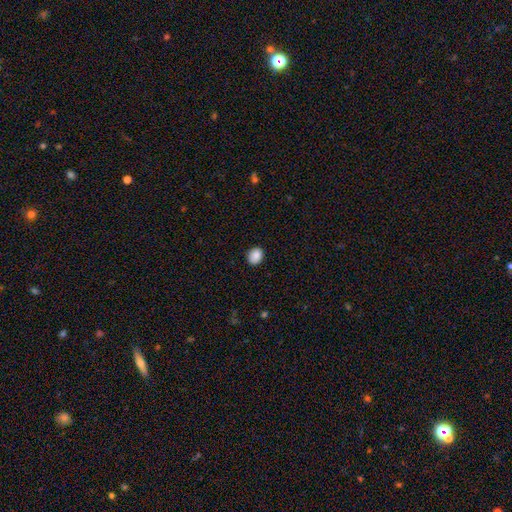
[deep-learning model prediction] Smooth or featured: smooth — 88% (star or artifact — 8%)
How rounded: round — 51% (in between — 48%)
Merging: none — 87% (minor disturbance — 10%)